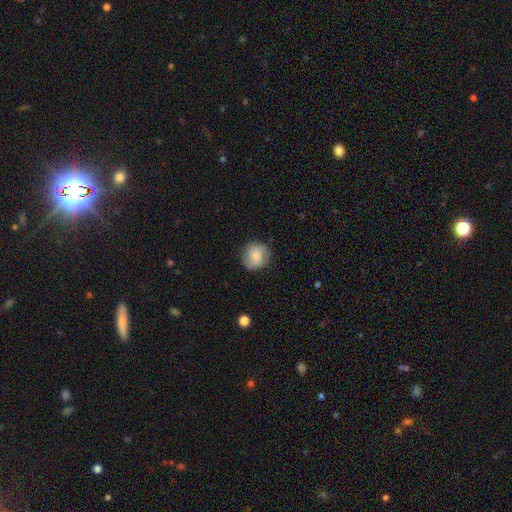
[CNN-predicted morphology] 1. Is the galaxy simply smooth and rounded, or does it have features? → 61% smooth, 32% featured or disk, 8% star or artifact.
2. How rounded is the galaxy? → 87% round, 12% in between, 1% cigar-shaped.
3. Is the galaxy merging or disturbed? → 82% none, 13% minor disturbance, 4% major disturbance, 1% merger.